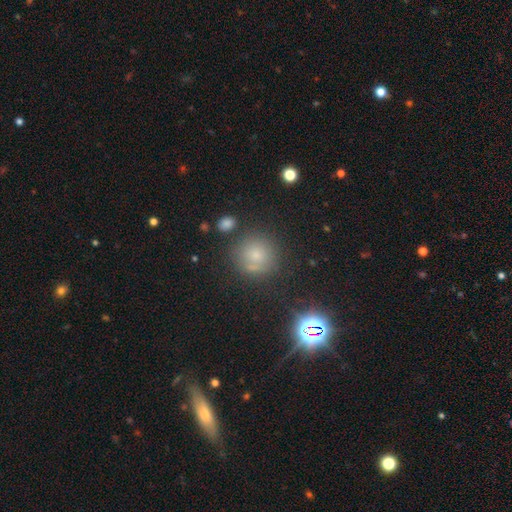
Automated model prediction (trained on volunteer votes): Q: Smooth or featured?
A: smooth (67%); runner-up: star or artifact (21%)
Q: How rounded?
A: round (92%); runner-up: in between (7%)
Q: Merging?
A: none (74%); runner-up: minor disturbance (13%)